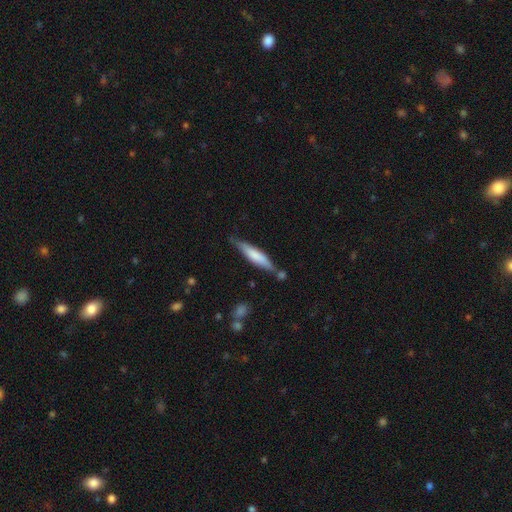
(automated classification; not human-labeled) This is likely a smooth galaxy (65%). How rounded: clearly cigar-shaped (83%). Merging: likely none (66%).